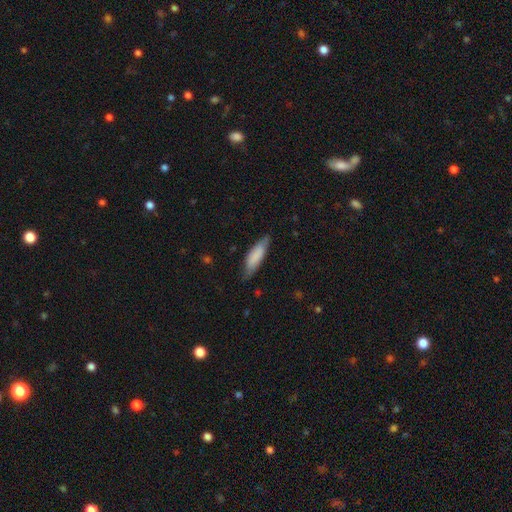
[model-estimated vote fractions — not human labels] smooth_or_featured: smooth (p=0.80) [alt: featured or disk p=0.14]
how_rounded: cigar-shaped (p=0.52) [alt: in between p=0.46]
merging: none (p=0.73) [alt: minor disturbance p=0.22]